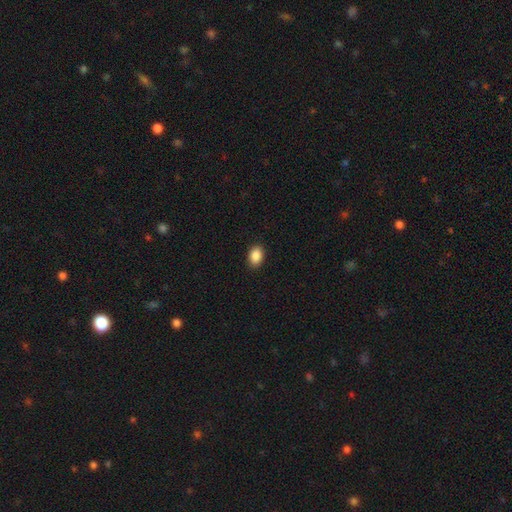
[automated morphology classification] smooth_or_featured: smooth (p=0.89) [alt: star or artifact p=0.08]
how_rounded: in between (p=0.81) [alt: round p=0.18]
merging: none (p=0.90) [alt: minor disturbance p=0.07]